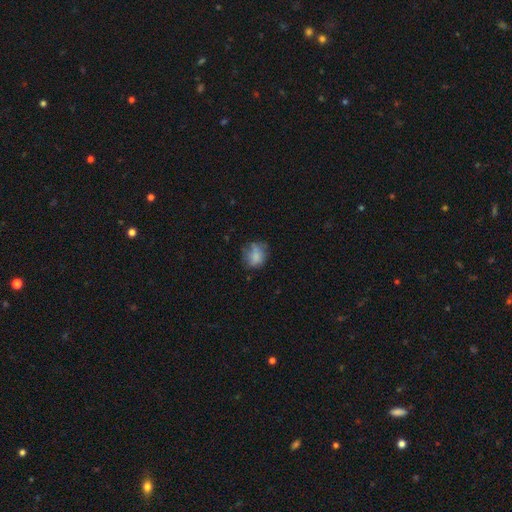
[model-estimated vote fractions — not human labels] This appears to be a smooth galaxy with no disk features (73%) that is round (55%). Merging: none (55%).